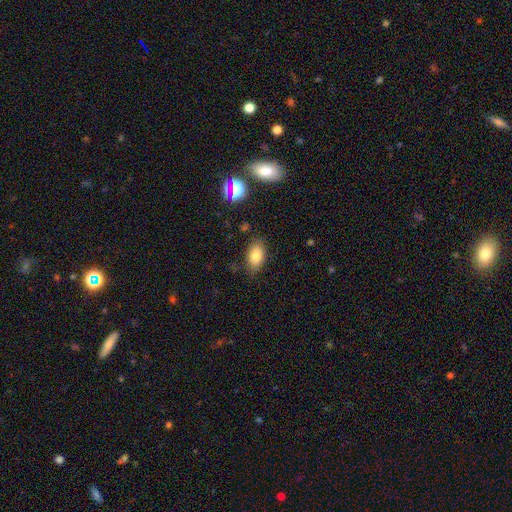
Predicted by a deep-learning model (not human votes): smooth_or_featured: smooth (p=0.81) [alt: star or artifact p=0.10]
how_rounded: in between (p=0.90) [alt: round p=0.07]
merging: none (p=0.80) [alt: minor disturbance p=0.15]